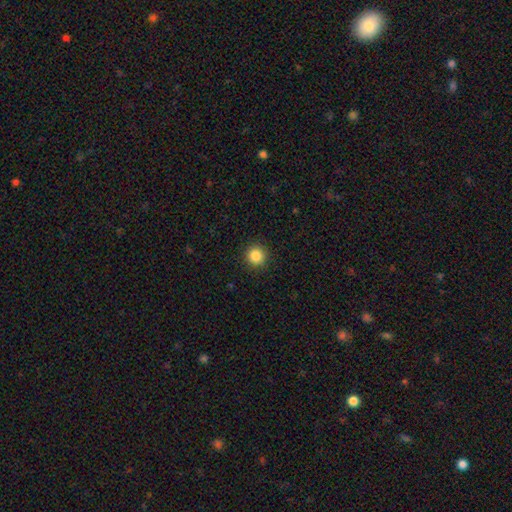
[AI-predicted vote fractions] This is clearly a smooth galaxy (85%). How rounded: clearly round (95%). Merging: clearly none (93%).